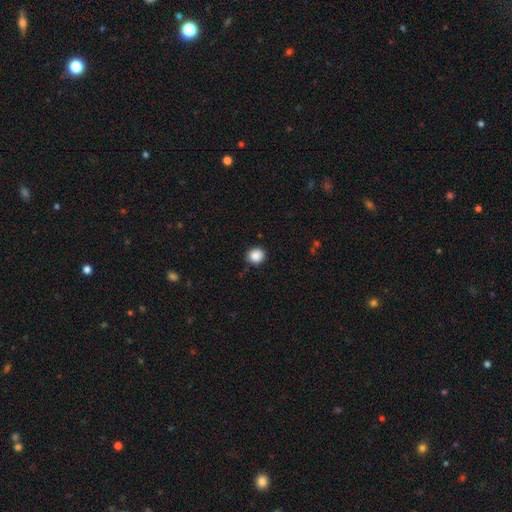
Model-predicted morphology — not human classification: A smooth galaxy with no disk features (87%) that is round (86%). Merging: none (87%).